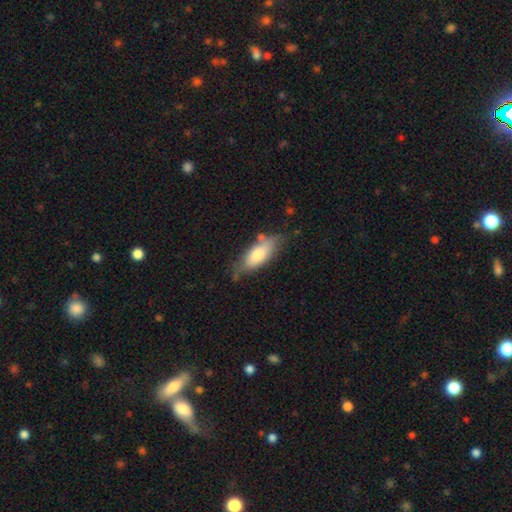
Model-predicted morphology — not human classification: Overall: smooth (73%). How rounded: in between (75%). Merging: none (62%; minor disturbance 25%).